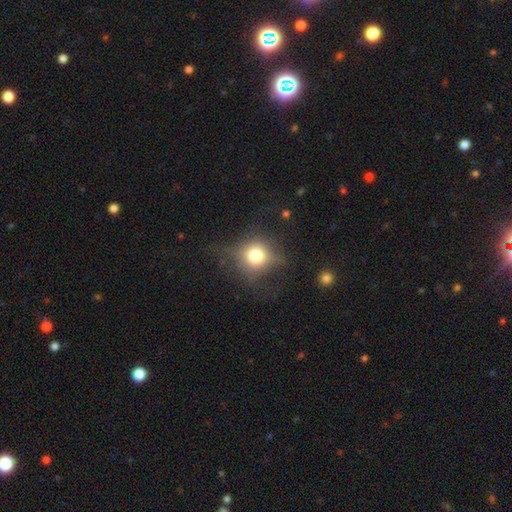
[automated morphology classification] Q: Smooth or featured?
A: smooth (66%); runner-up: featured or disk (19%)
Q: How rounded?
A: round (85%); runner-up: in between (13%)
Q: Merging?
A: none (62%); runner-up: minor disturbance (21%)